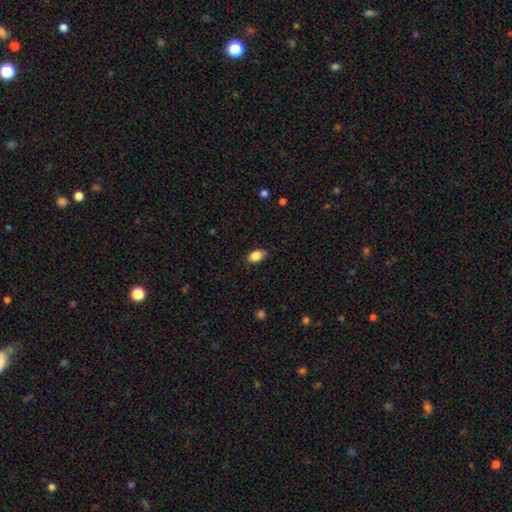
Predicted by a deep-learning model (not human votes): Smooth or featured: smooth — 86% (star or artifact — 8%)
How rounded: in between — 86% (round — 13%)
Merging: none — 80% (minor disturbance — 16%)